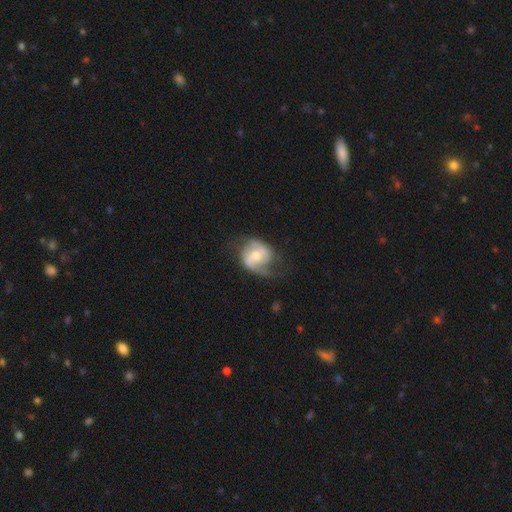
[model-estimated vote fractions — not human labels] Q: Smooth or featured?
A: featured or disk (69%); runner-up: smooth (25%)
Q: Edge-on disk?
A: no (97%); runner-up: yes (3%)
Q: Bar?
A: no (48%); runner-up: weak (39%)
Q: Spiral arms?
A: yes (85%); runner-up: no (15%)
Q: Spiral winding?
A: medium (44%); runner-up: loose (35%)
Q: Spiral arm count?
A: 2 (77%); runner-up: can't tell (10%)
Q: Bulge size?
A: moderate (65%); runner-up: small (25%)
Q: Merging?
A: none (52%); runner-up: minor disturbance (26%)